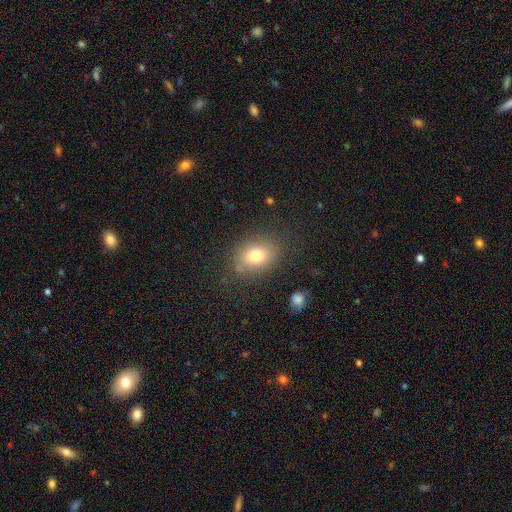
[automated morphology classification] A smooth galaxy with no disk features (77%) that is in between round and cigar-shaped (65%).

Vote fractions:
- Smooth or featured? smooth: 77% / featured or disk: 13% / star or artifact: 11%
- How rounded? in between: 65% / round: 33% / cigar-shaped: 1%
- Merging? none: 79% / minor disturbance: 14% / major disturbance: 5% / merger: 2%